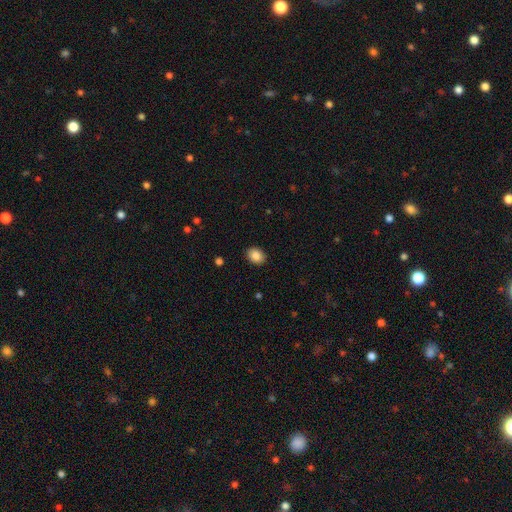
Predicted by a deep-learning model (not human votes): smooth_or_featured: smooth (p=0.87) [alt: star or artifact p=0.08]
how_rounded: in between (p=0.61) [alt: round p=0.38]
merging: none (p=0.91) [alt: minor disturbance p=0.07]